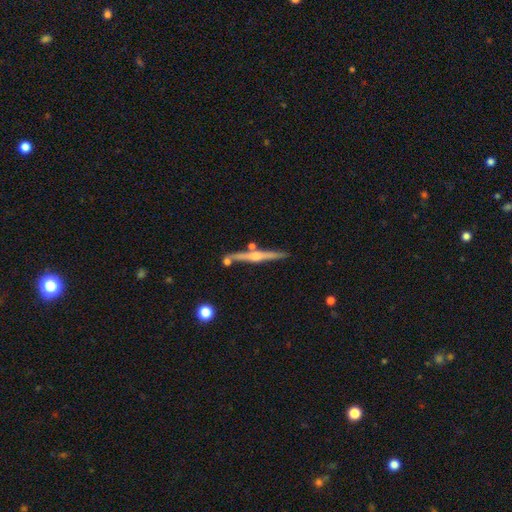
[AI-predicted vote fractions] Smooth or featured? featured or disk (76%)
Edge-on disk? yes (97%)
Edge-on bulge? rounded (75%)
Merging? none (78%)